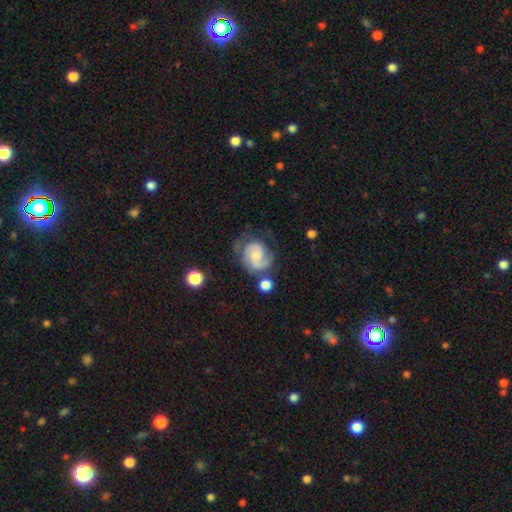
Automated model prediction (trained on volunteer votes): featured or disk 77%, smooth 17%, star or artifact 6%. Down the decision tree: edge-on disk — no (98%); bar — no (60%); spiral arms — yes (94%); spiral arm count — 2 (62%); spiral winding — medium (44%); bulge size — small (51%); merging — none (52%).